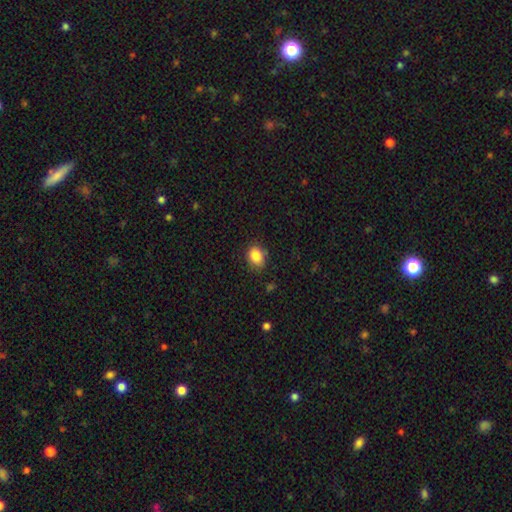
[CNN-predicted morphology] Smooth or featured: smooth — 85% (star or artifact — 9%)
How rounded: in between — 56% (round — 43%)
Merging: none — 78% (minor disturbance — 17%)